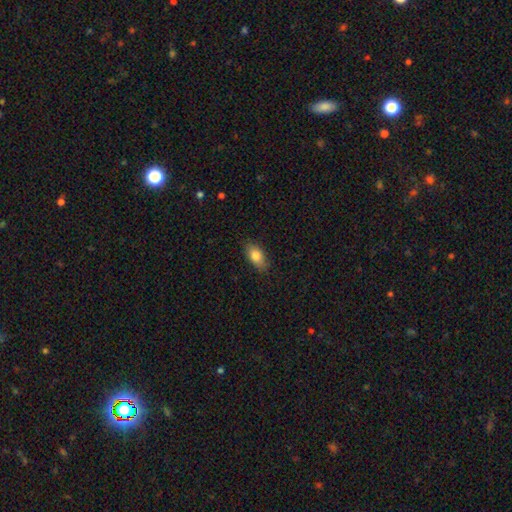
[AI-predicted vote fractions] This is clearly a smooth galaxy (81%). How rounded: clearly in between (87%). Merging: clearly none (84%).